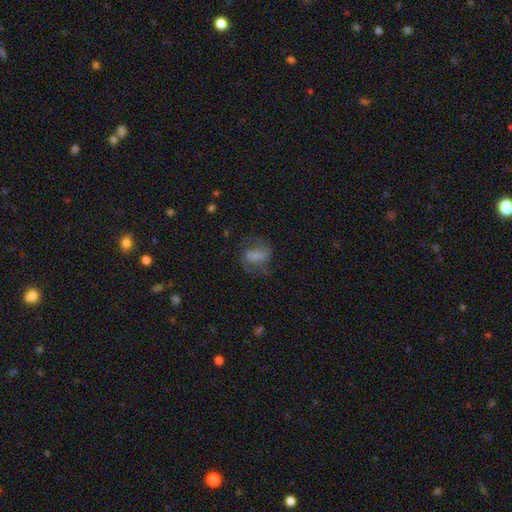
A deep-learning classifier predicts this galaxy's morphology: Smooth or featured?
  - smooth: 50% *
  - featured or disk: 38%
  - star or artifact: 12%
Merging?
  - none: 48% *
  - major disturbance: 27%
  - minor disturbance: 22%
  - merger: 2%